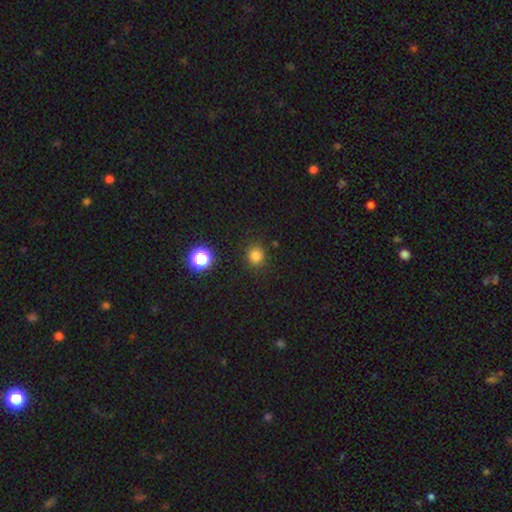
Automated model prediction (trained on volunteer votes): Overall: smooth (81%). How rounded: round (86%). Merging: none (89%).